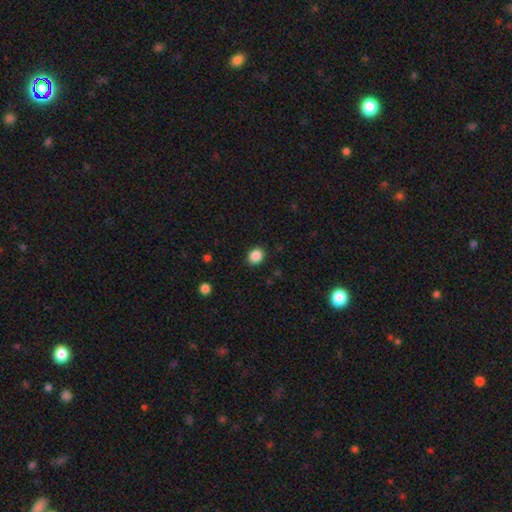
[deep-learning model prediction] This is clearly a smooth galaxy (87%). How rounded: possibly round (58%). Merging: clearly none (90%).